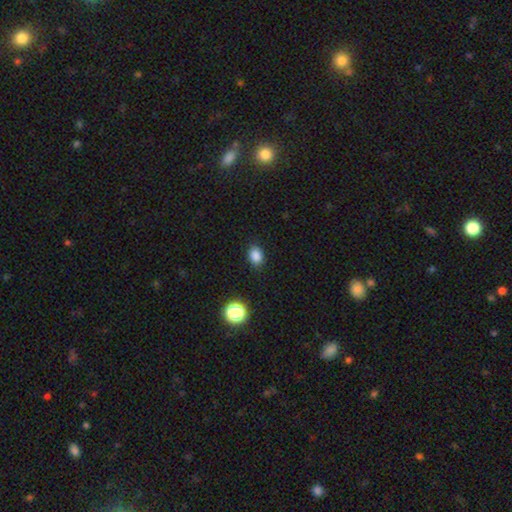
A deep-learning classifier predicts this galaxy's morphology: The model was most divided on "how rounded": in between: 65%, round: 33%, cigar-shaped: 1%. More confident: merging — none (87%); smooth or featured — smooth (84%).